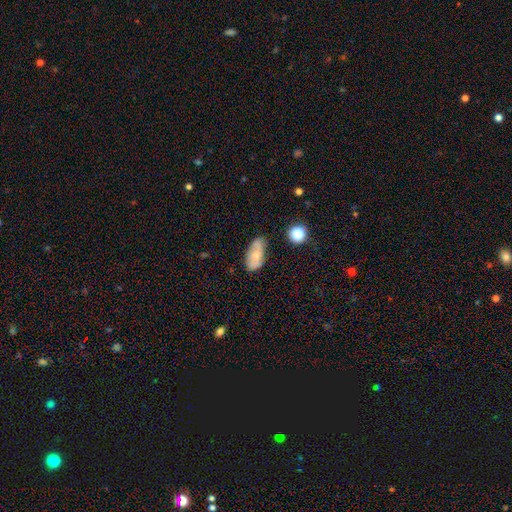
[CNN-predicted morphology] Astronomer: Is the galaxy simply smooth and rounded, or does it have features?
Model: smooth — 57% (runner-up: featured or disk, 35%).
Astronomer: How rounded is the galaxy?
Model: in between — 90%.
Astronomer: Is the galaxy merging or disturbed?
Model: none — 58%.